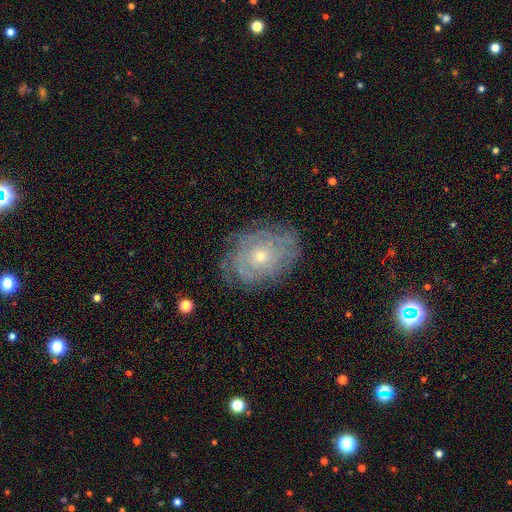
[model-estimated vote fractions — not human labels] The model was most divided on "bulge size": small: 61%, moderate: 36%, large: 2%, none: 1%, dominant: 1%. More confident: edge-on disk — no (95%); spiral arms — yes (88%); merging — none (82%); bar — no (81%); spiral winding — tight (77%); smooth or featured — featured or disk (71%); spiral arm count — can't tell (50%).